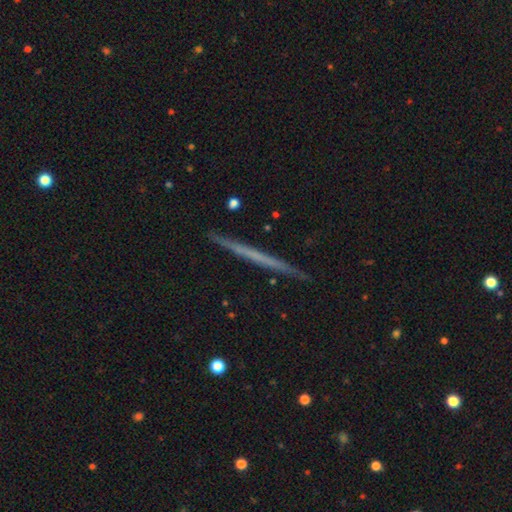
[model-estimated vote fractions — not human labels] A featured or disk galaxy (57%) viewed edge-on (98%) with no central bulge (93%).

Vote fractions:
- Smooth or featured? featured or disk: 57% / smooth: 36% / star or artifact: 6%
- Edge-on disk? yes: 98% / no: 2%
- Edge-on bulge? none: 93% / rounded: 5% / boxy: 3%
- Merging? none: 91% / minor disturbance: 6% / major disturbance: 1% / merger: 1%